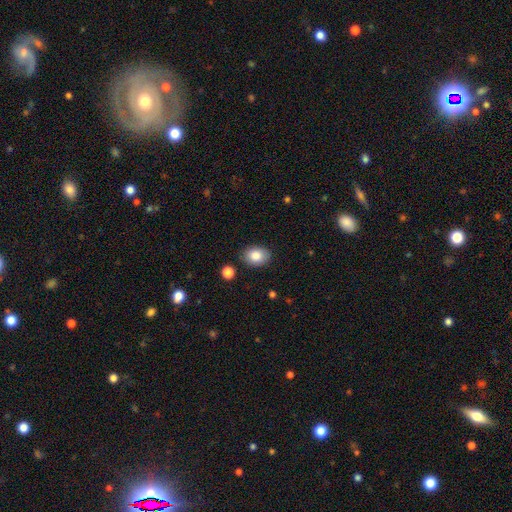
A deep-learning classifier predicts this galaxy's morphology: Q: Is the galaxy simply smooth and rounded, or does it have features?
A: smooth — 85%.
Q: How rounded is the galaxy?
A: in between — 68%.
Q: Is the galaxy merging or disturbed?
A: none — 86%.